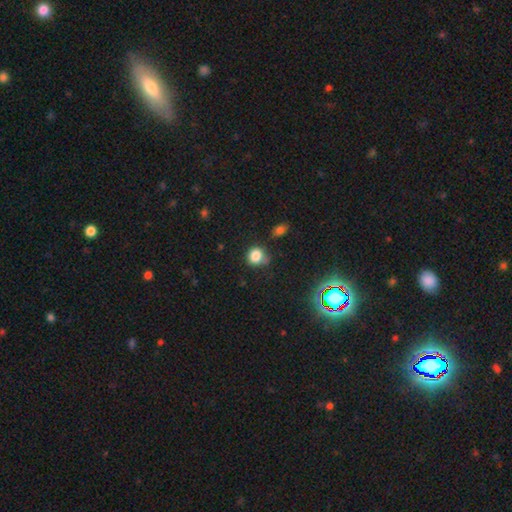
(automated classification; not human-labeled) Smooth or featured: smooth — 82% (star or artifact — 12%)
How rounded: round — 78% (in between — 21%)
Merging: none — 63% (minor disturbance — 25%)